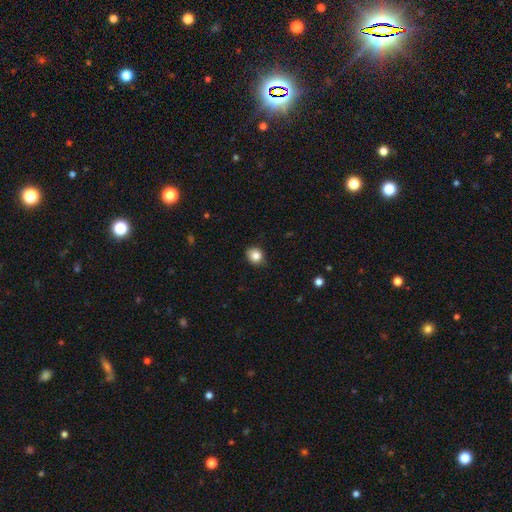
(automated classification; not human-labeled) A smooth galaxy with no disk features (84%) that is round (67%). Merging: none (82%).